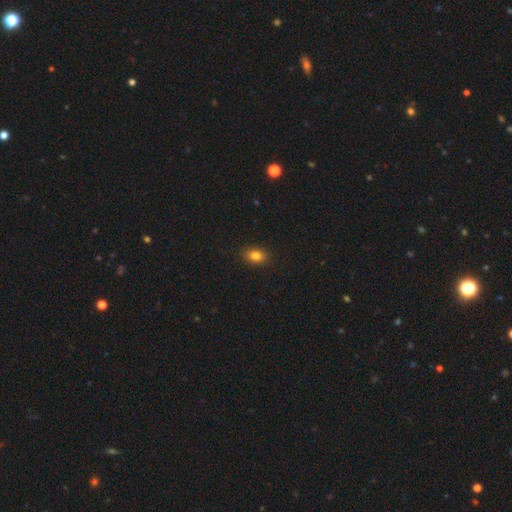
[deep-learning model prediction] Smooth or featured: smooth — 82% (star or artifact — 11%)
How rounded: in between — 73% (round — 25%)
Merging: none — 89% (minor disturbance — 8%)